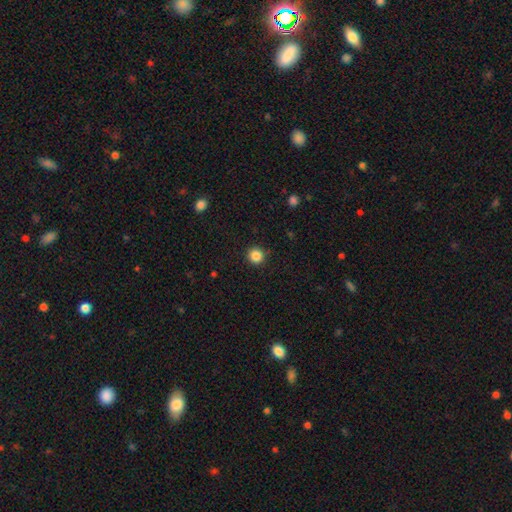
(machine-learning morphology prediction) Smooth or featured? smooth (86%)
How rounded? round (95%)
Merging? none (91%)